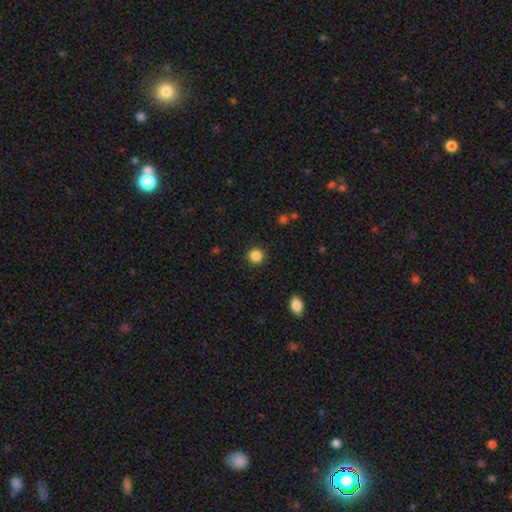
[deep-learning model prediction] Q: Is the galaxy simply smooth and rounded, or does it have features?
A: smooth — 86%.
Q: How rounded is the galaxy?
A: round — 94%.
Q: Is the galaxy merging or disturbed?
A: none — 92%.